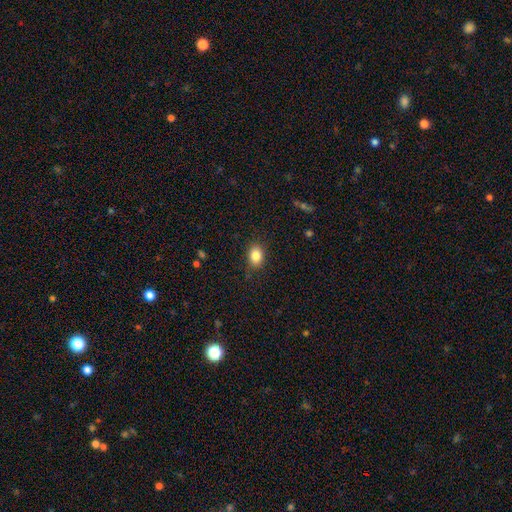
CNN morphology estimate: smooth 84%, star or artifact 9%, featured or disk 6%. Down the decision tree: how rounded — in between (72%); merging — none (84%).